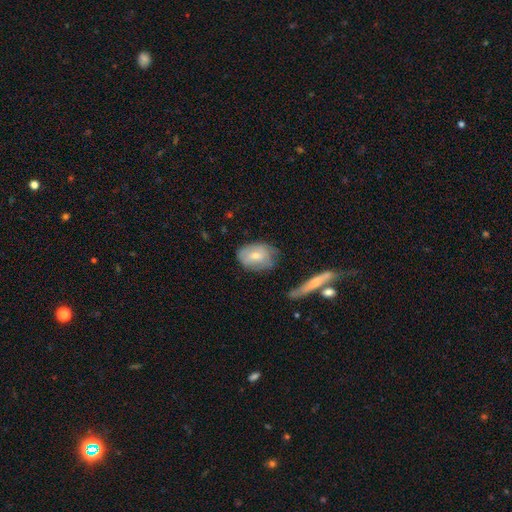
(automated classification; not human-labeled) Overall: smooth (62%; featured or disk 31%). How rounded: in between (76%). Merging: none (58%; minor disturbance 30%).